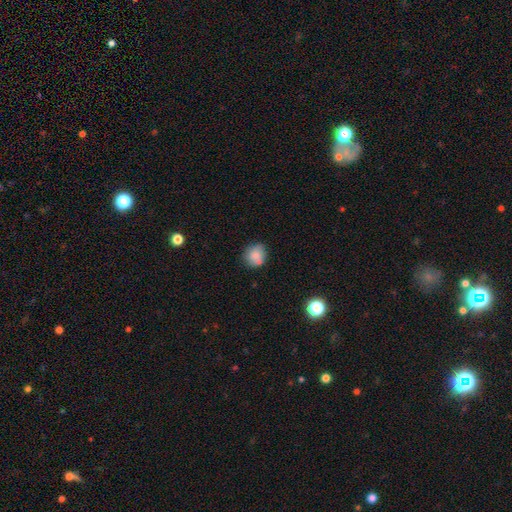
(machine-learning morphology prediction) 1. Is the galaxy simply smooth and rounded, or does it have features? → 80% smooth, 11% featured or disk, 9% star or artifact.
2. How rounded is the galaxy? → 77% round, 22% in between, 1% cigar-shaped.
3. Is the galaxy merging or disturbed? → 69% none, 21% minor disturbance, 6% merger, 5% major disturbance.